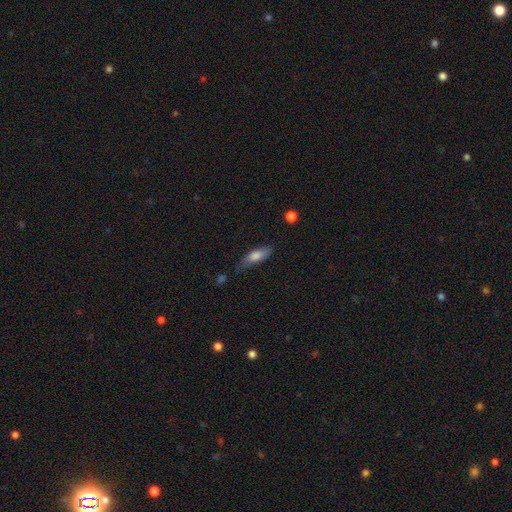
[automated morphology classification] Smooth or featured? smooth (73%)
How rounded? in between (54%)
Merging? none (61%)